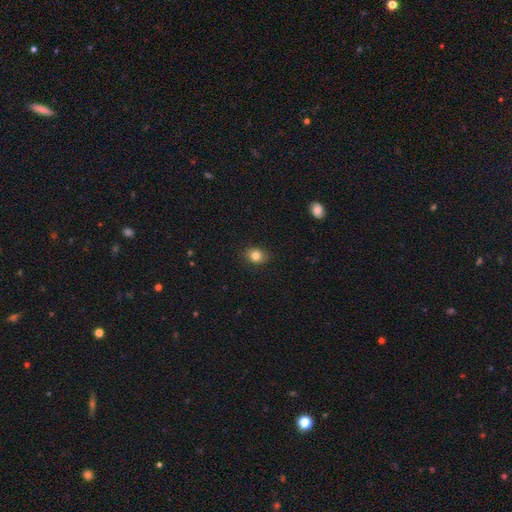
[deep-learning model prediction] smooth-or-featured: smooth: 81% | star or artifact: 11% | featured or disk: 8%
  how-rounded: round: 58% | in between: 41% | cigar-shaped: 1%
  merging: none: 87% | minor disturbance: 10% | major disturbance: 2% | merger: 1%